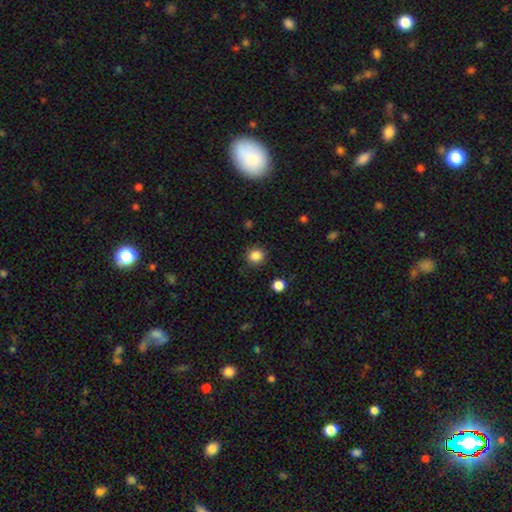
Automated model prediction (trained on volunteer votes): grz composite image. It shows a smooth galaxy with no disk features (85%) that is round (87%). Merging: none (89%).